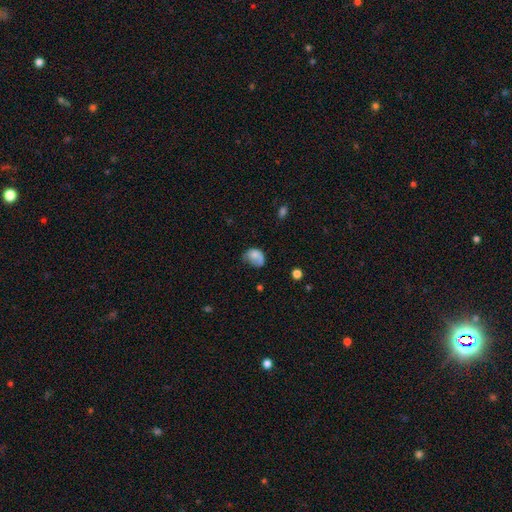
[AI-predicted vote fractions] A smooth galaxy with no disk features (68%) that is in between round and cigar-shaped (63%).

Vote fractions:
- Smooth or featured? smooth: 68% / featured or disk: 23% / star or artifact: 9%
- How rounded? in between: 63% / round: 36% / cigar-shaped: 1%
- Merging? minor disturbance: 35% / major disturbance: 31% / none: 30% / merger: 4%